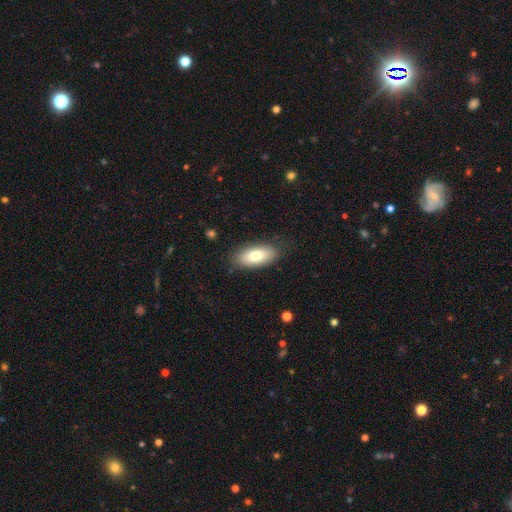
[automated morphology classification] Smooth or featured? smooth (77%)
How rounded? in between (87%)
Merging? none (83%)